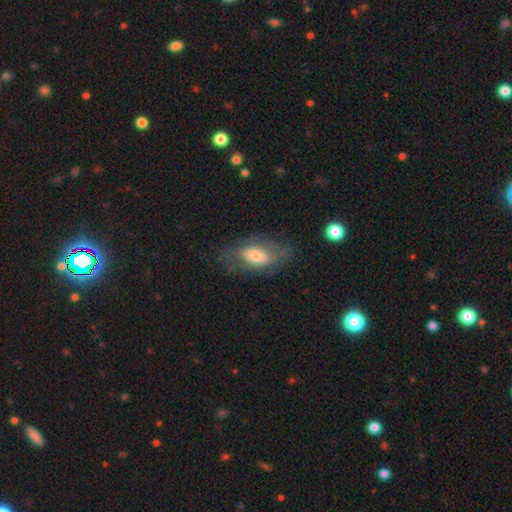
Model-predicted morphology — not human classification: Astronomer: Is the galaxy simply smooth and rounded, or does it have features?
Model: smooth — 55% (runner-up: featured or disk, 37%).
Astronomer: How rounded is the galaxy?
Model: in between — 87%.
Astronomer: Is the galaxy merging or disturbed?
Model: none — 59%.